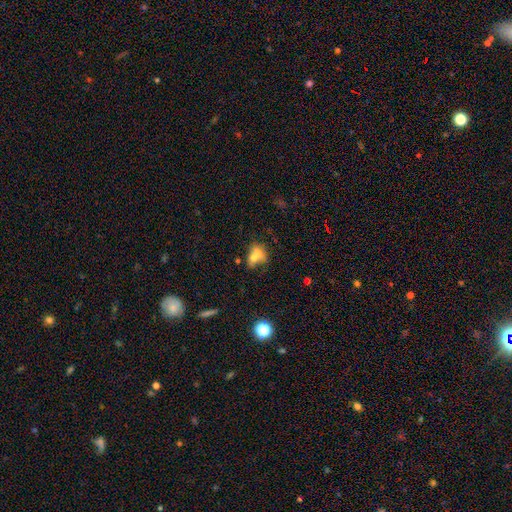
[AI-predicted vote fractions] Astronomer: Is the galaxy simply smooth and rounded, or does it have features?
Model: smooth — 63%.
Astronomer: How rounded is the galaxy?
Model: in between — 55% (runner-up: round, 42%).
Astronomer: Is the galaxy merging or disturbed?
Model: merger — 59%.